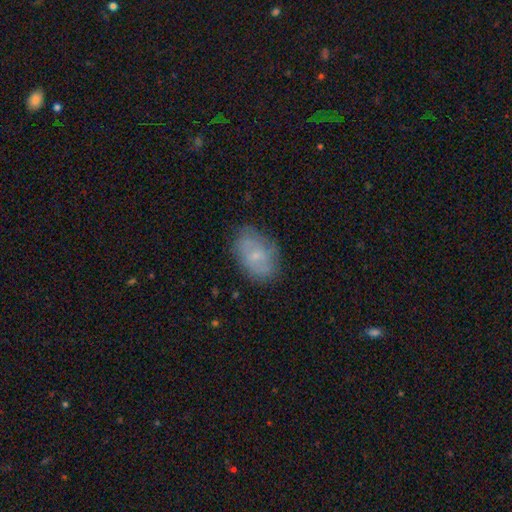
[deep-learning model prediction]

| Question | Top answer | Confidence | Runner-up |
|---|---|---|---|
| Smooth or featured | smooth | 53% | featured or disk (38%) |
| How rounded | in between | 85% | round (13%) |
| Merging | none | 72% | minor disturbance (20%) |